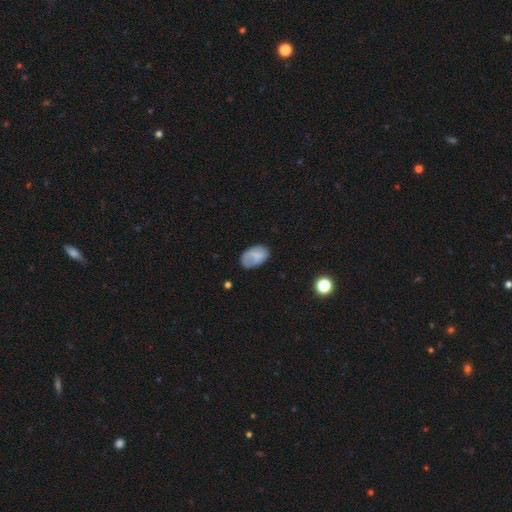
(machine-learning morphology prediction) smooth-or-featured: smooth: 71% | featured or disk: 21% | star or artifact: 8%
  how-rounded: in between: 89% | round: 10% | cigar-shaped: 1%
  merging: none: 63% | minor disturbance: 26% | major disturbance: 9% | merger: 2%